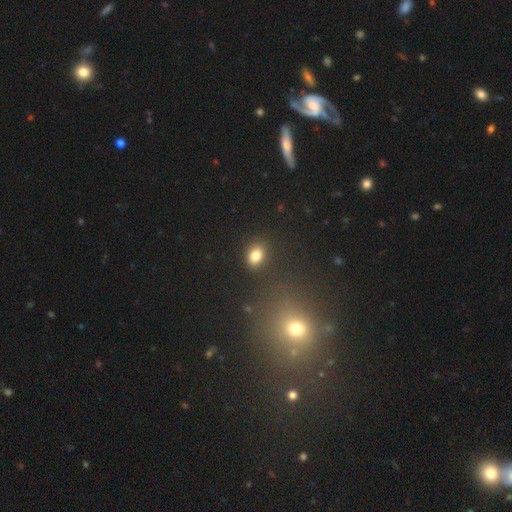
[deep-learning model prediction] Smooth or featured? Predicted: smooth (p=0.82). How rounded? Predicted: in between (p=0.67). Merging? Predicted: none (p=0.85).